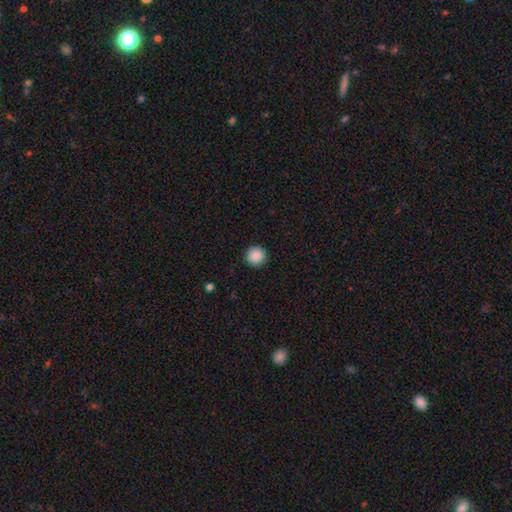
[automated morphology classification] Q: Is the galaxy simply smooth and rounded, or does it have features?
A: smooth — 89%.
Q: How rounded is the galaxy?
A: round — 96%.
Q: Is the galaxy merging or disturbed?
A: none — 93%.